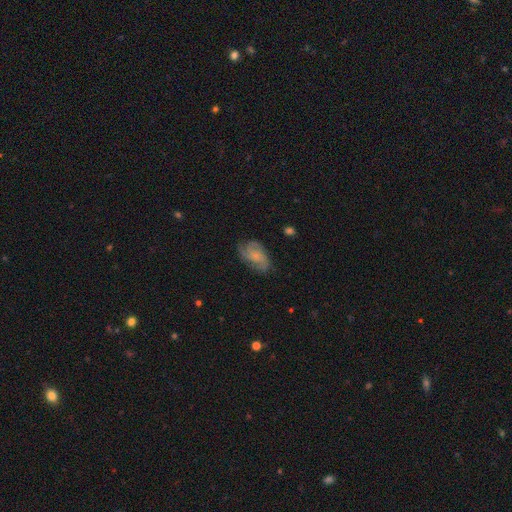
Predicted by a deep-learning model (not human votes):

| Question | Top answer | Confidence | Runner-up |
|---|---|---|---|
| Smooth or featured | featured or disk | 65% | smooth (28%) |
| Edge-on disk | no | 97% | yes (3%) |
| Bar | no | 74% | weak (23%) |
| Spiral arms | yes | 91% | no (9%) |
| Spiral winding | medium | 45% | tight (35%) |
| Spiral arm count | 3 | 30% | can't tell (25%) |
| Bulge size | small | 60% | moderate (20%) |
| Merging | none | 66% | minor disturbance (23%) |